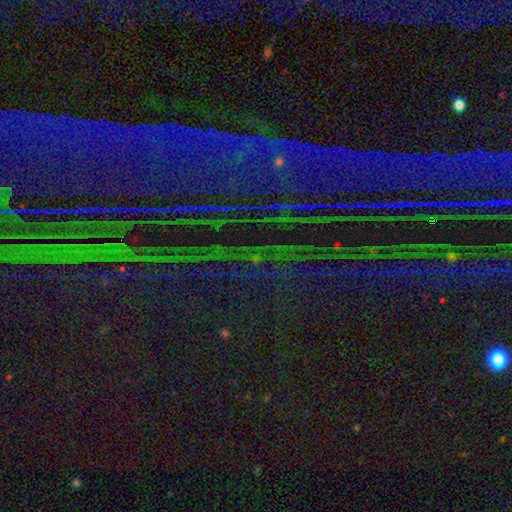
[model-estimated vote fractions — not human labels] Morphology: type=star or artifact (86%).